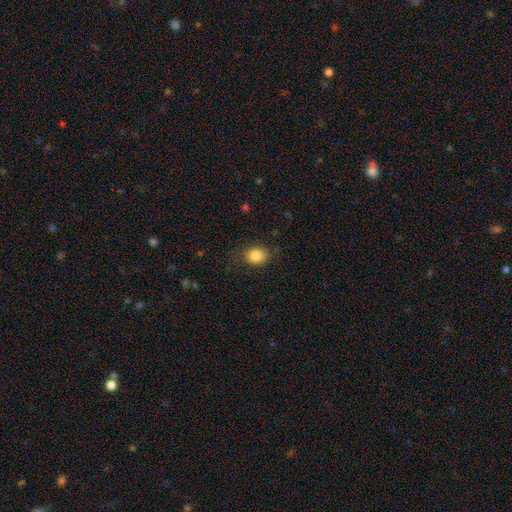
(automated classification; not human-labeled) Q: Smooth or featured?
A: smooth (84%); runner-up: star or artifact (10%)
Q: How rounded?
A: round (59%); runner-up: in between (40%)
Q: Merging?
A: none (81%); runner-up: minor disturbance (14%)